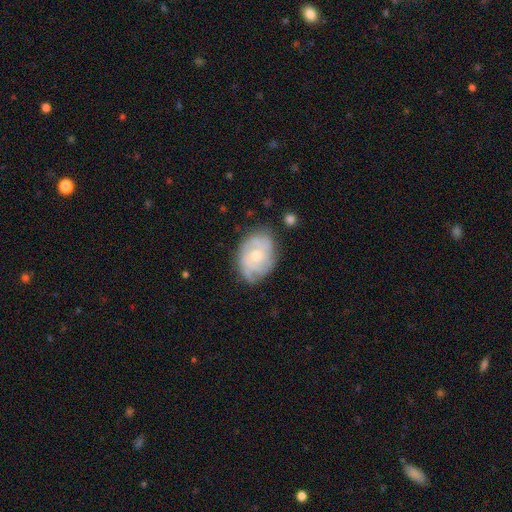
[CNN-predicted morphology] Smooth or featured?
  - featured or disk: 76% *
  - smooth: 17%
  - star or artifact: 7%
Edge-on disk?
  - no: 97% *
  - yes: 3%
Bar?
  - no: 74% *
  - weak: 22%
  - strong: 3%
Spiral arms?
  - yes: 92% *
  - no: 8%
Spiral winding?
  - tight: 60% *
  - medium: 31%
  - loose: 9%
Spiral arm count?
  - can't tell: 34% *
  - 3: 24%
  - 4: 16%
  - 2: 15%
  - more than 4: 5%
  - 1: 5%
Bulge size?
  - moderate: 48% * (tied)
  - small: 48% * (tied)
  - large: 2%
  - none: 2%
  - dominant: 1%
Merging?
  - none: 74% *
  - minor disturbance: 19%
  - major disturbance: 5%
  - merger: 2%